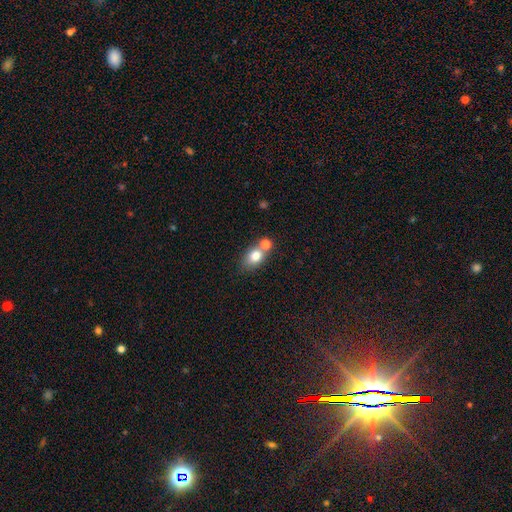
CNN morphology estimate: Smooth or featured: smooth — 77% (featured or disk — 13%)
How rounded: in between — 67% (round — 30%)
Merging: none — 49% (merger — 36%)